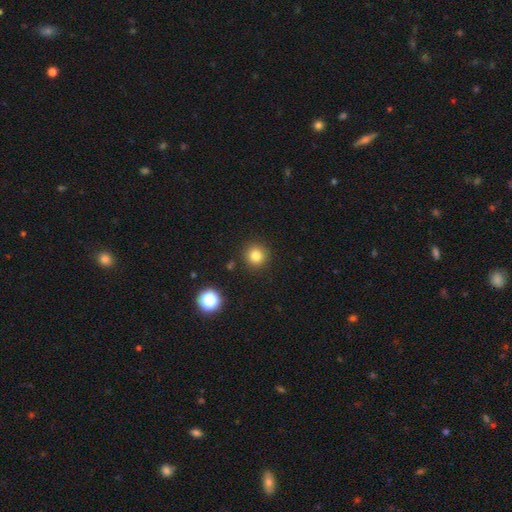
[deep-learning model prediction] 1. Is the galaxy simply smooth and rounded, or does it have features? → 80% smooth, 13% star or artifact, 6% featured or disk.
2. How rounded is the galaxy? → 94% round, 5% in between, 1% cigar-shaped.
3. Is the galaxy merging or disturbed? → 90% none, 6% minor disturbance, 2% major disturbance, 2% merger.